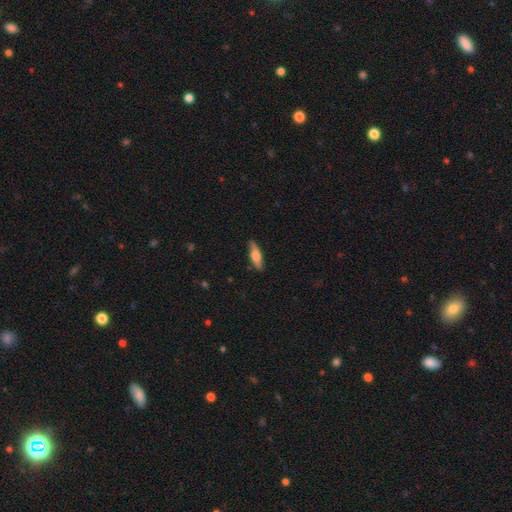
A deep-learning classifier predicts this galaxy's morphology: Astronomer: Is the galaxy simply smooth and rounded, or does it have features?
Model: smooth — 63%.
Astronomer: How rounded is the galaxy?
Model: cigar-shaped — 58% (runner-up: in between, 40%).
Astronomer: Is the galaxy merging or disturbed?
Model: none — 80%.